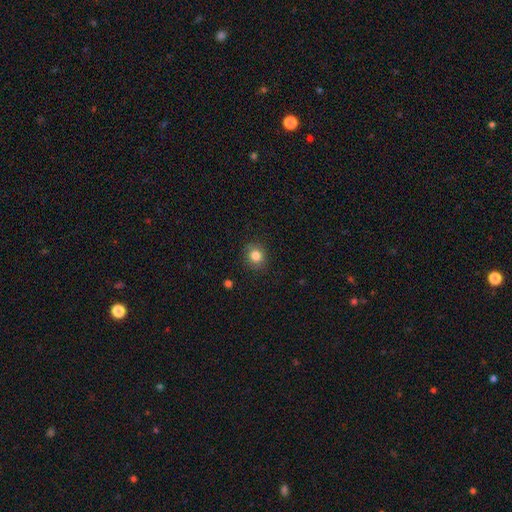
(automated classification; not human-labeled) Q: Smooth or featured?
A: smooth (83%); runner-up: star or artifact (11%)
Q: How rounded?
A: round (83%); runner-up: in between (16%)
Q: Merging?
A: none (89%); runner-up: minor disturbance (8%)